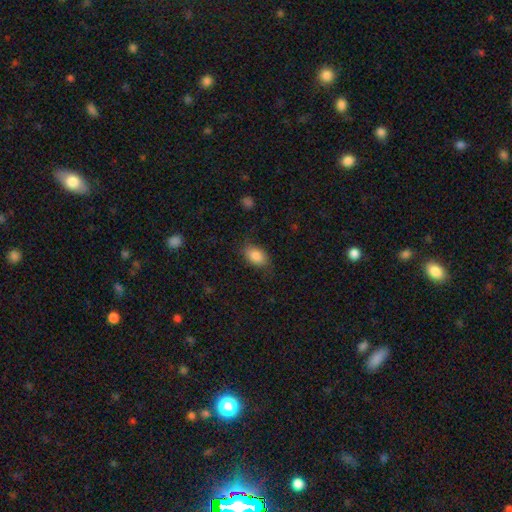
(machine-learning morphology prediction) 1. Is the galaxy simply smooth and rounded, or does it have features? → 85% smooth, 8% star or artifact, 8% featured or disk.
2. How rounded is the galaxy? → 87% in between, 11% round, 2% cigar-shaped.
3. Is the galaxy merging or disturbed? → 75% none, 18% minor disturbance, 6% major disturbance, 1% merger.